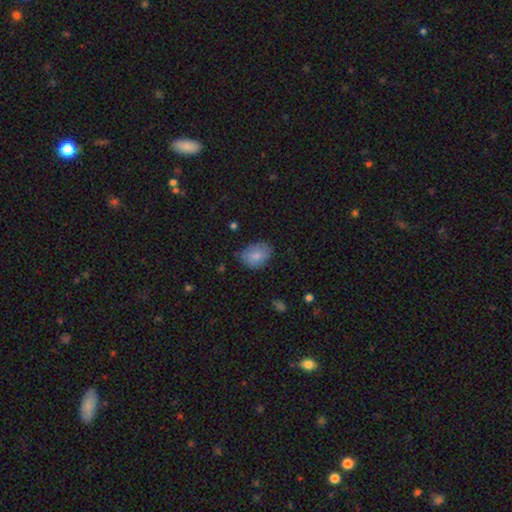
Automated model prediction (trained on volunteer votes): Overall: smooth (83%). How rounded: in between (76%). Merging: none (68%).